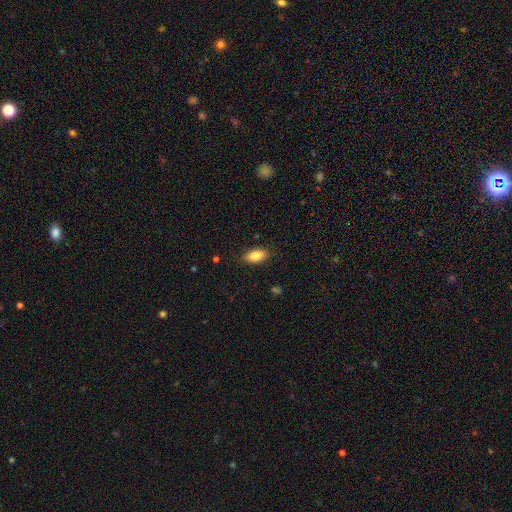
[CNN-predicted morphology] The model was most divided on "merging": none: 86%, minor disturbance: 11%, major disturbance: 2%, merger: 1%. More confident: how rounded — in between (91%); smooth or featured — smooth (85%).